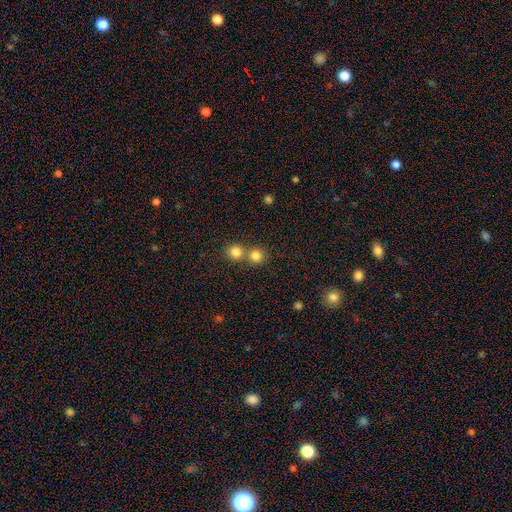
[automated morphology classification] The model was most divided on "merging": none: 53%, merger: 40%, minor disturbance: 5%, major disturbance: 2%. More confident: how rounded — round (91%); smooth or featured — smooth (81%).